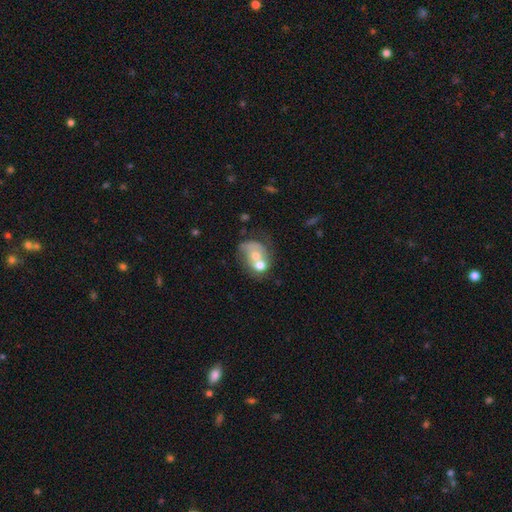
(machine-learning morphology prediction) Q: Smooth or featured?
A: smooth (52%); runner-up: featured or disk (39%)
Q: How rounded?
A: round (50%); runner-up: in between (49%)
Q: Merging?
A: merger (67%); runner-up: none (14%)